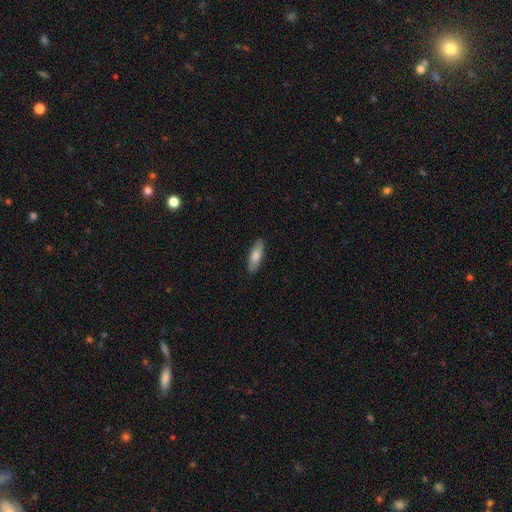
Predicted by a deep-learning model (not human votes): Smooth or featured: smooth — 80% (featured or disk — 15%)
How rounded: in between — 60% (cigar-shaped — 38%)
Merging: none — 88% (minor disturbance — 9%)